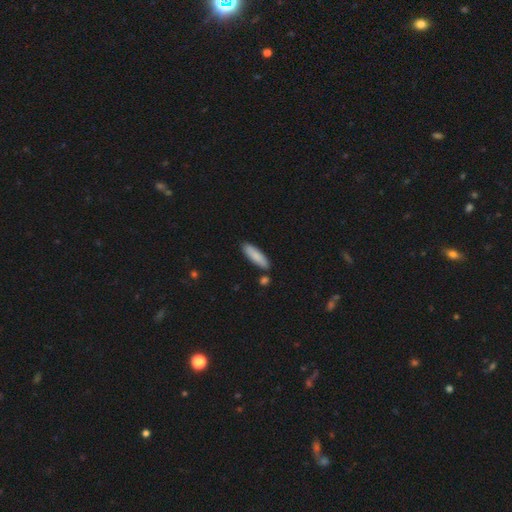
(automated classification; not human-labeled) Smooth or featured: smooth — 85% (featured or disk — 9%)
How rounded: cigar-shaped — 65% (in between — 33%)
Merging: none — 83% (minor disturbance — 10%)